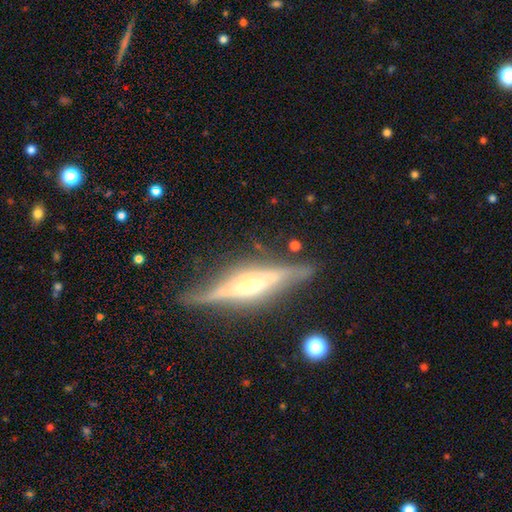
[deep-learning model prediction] smooth_or_featured: featured or disk (p=0.83) [alt: smooth p=0.10]
disk_edge_on: yes (p=0.96) [alt: no p=0.04]
edge_on_bulge: rounded (p=0.71) [alt: boxy p=0.20]
merging: none (p=0.84) [alt: minor disturbance p=0.11]